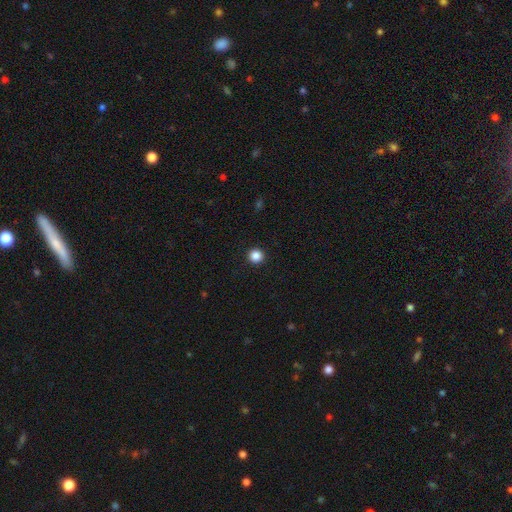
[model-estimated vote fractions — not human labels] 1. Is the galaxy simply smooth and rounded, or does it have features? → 86% smooth, 11% star or artifact, 3% featured or disk.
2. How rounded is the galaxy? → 96% round, 3% in between, 1% cigar-shaped.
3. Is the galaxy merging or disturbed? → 94% none, 4% minor disturbance, 1% major disturbance, 1% merger.